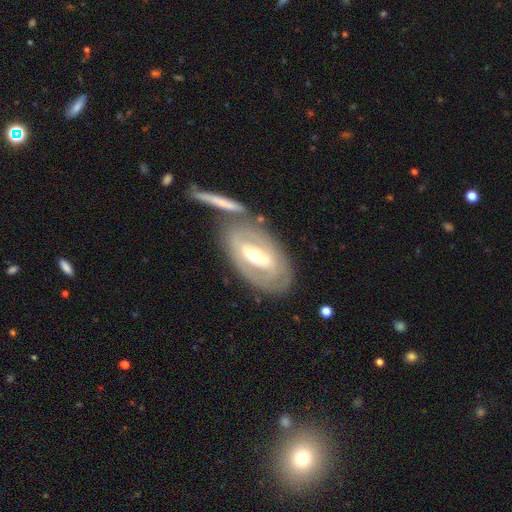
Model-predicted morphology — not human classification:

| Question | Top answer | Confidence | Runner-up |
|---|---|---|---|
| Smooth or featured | featured or disk | 70% | smooth (24%) |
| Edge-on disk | no | 89% | yes (11%) |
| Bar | strong | 48% | weak (30%) |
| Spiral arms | no | 53% | yes (47%) |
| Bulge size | moderate | 66% | small (25%) |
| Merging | none | 65% | merger (15%) |